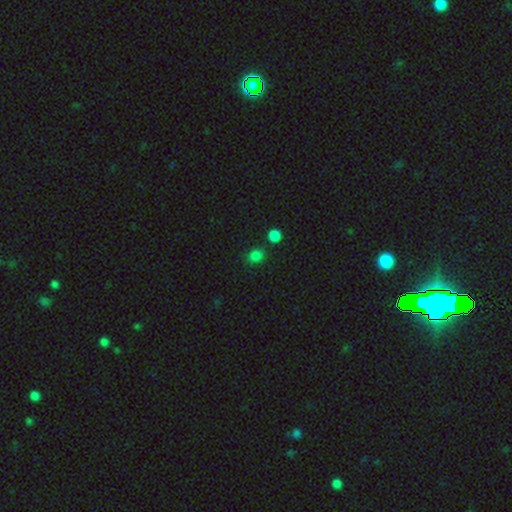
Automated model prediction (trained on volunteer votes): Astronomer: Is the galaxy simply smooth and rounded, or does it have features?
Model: smooth — 81%.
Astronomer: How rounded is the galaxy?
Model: round — 58% (runner-up: in between, 41%).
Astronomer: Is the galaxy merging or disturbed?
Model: none — 78%.